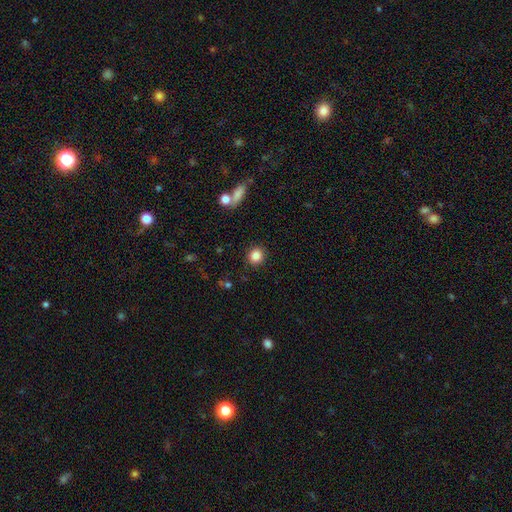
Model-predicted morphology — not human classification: Smooth or featured? smooth (86%)
How rounded? round (86%)
Merging? none (89%)